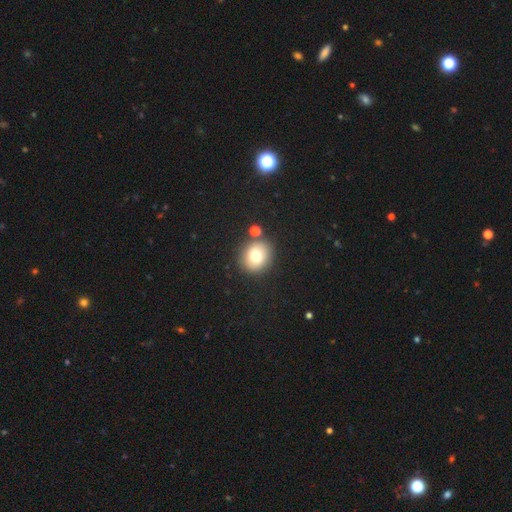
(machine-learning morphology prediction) Smooth or featured?
  - smooth: 74% *
  - featured or disk: 14%
  - star or artifact: 12%
How rounded?
  - round: 76% *
  - in between: 23%
  - cigar-shaped: 1%
Merging?
  - none: 79% *
  - minor disturbance: 9%
  - merger: 9%
  - major disturbance: 3%